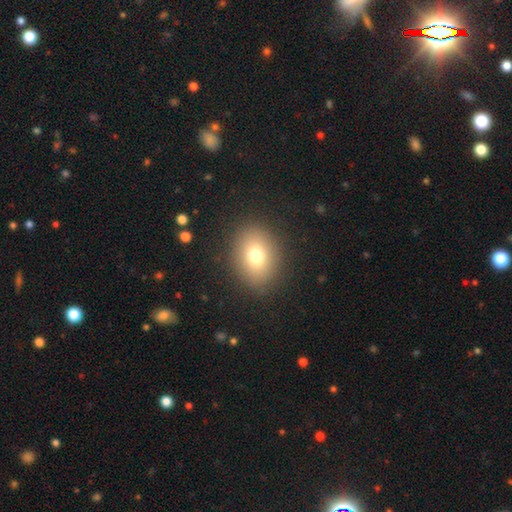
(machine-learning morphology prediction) Smooth or featured? Predicted: smooth (p=0.75). How rounded? Predicted: in between (p=0.55). Merging? Predicted: none (p=0.88).